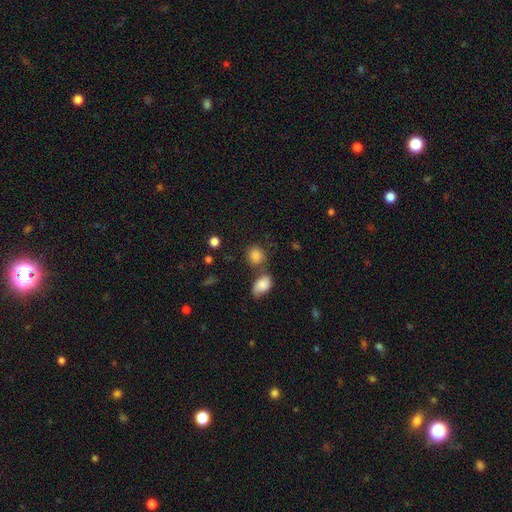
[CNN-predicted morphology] A smooth galaxy with no disk features (85%) that is round (63%).

Vote fractions:
- Smooth or featured? smooth: 85% / star or artifact: 9% / featured or disk: 6%
- How rounded? round: 63% / in between: 36% / cigar-shaped: 1%
- Merging? none: 56% / merger: 26% / minor disturbance: 13% / major disturbance: 5%